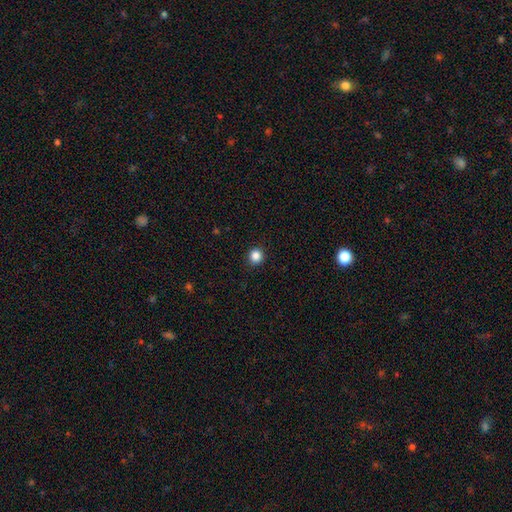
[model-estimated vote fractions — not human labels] Morphology: type=smooth (86%); roundness=round (89%); merging=none (92%).